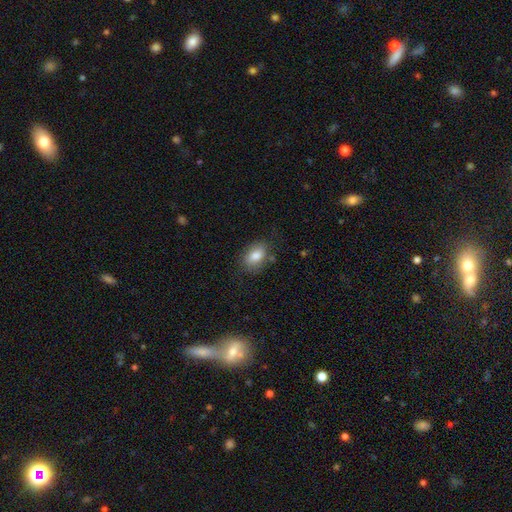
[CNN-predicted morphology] A smooth galaxy with no disk features (83%) that is in between round and cigar-shaped (82%). Merging: none (74%).